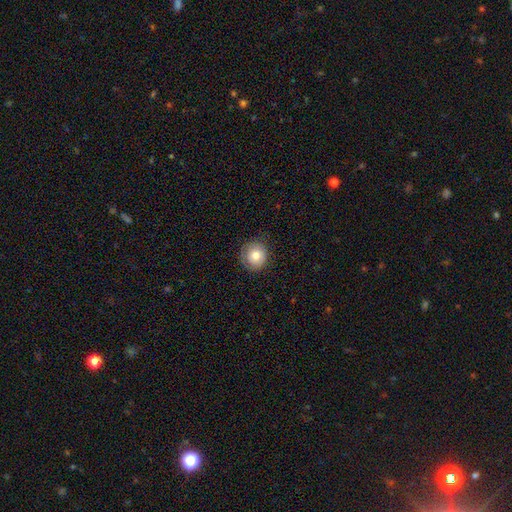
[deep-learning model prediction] This is likely a smooth galaxy (77%). How rounded: clearly round (92%). Merging: clearly none (82%).